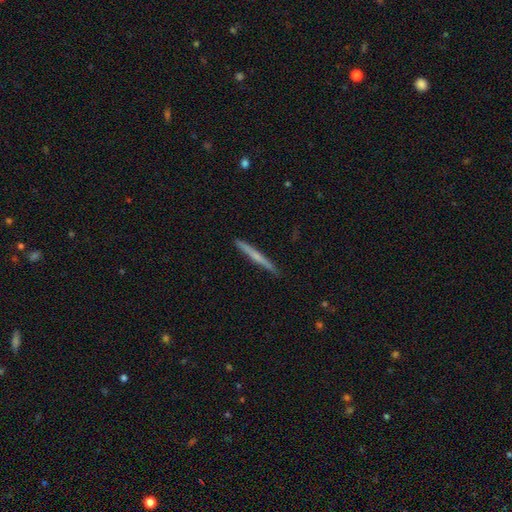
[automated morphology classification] type=featured or disk (49%); merging=none (91%).